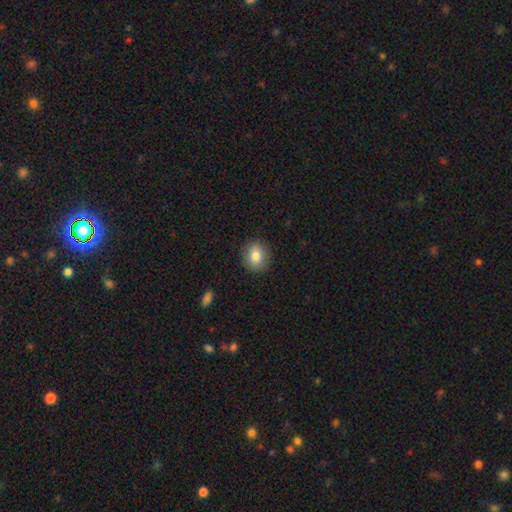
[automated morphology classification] Smooth or featured? Predicted: smooth (p=0.81). How rounded? Predicted: round (p=0.71). Merging? Predicted: none (p=0.88).